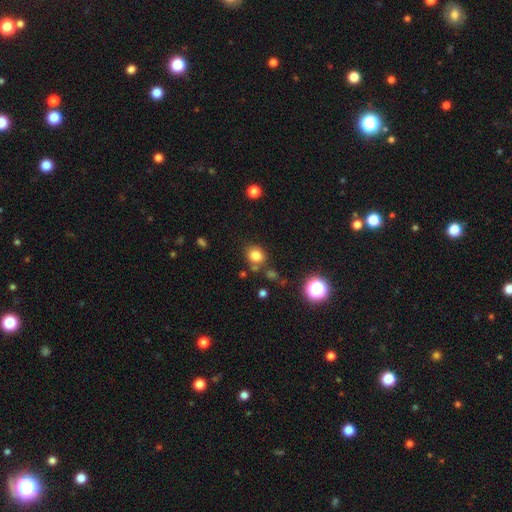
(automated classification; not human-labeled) Q: Smooth or featured?
A: smooth (80%); runner-up: star or artifact (13%)
Q: How rounded?
A: round (74%); runner-up: in between (26%)
Q: Merging?
A: none (75%); runner-up: minor disturbance (12%)